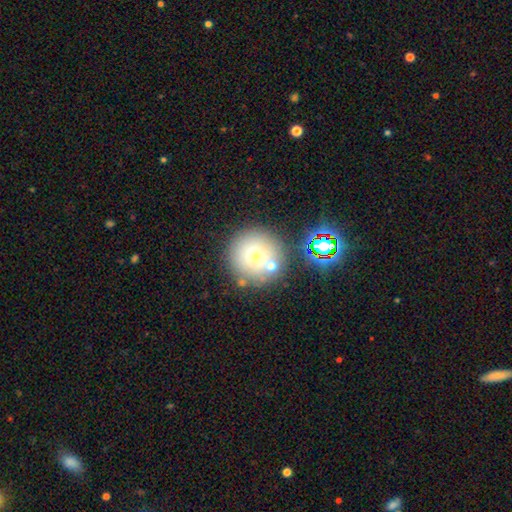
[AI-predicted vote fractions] The model was most divided on "smooth or featured": smooth: 65%, featured or disk: 17%, star or artifact: 17%. More confident: how rounded — round (95%); merging — none (74%).